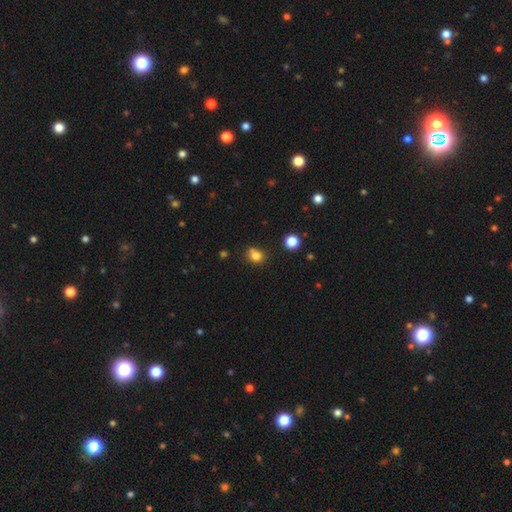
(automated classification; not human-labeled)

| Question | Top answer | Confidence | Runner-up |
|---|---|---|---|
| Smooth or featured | smooth | 79% | star or artifact (14%) |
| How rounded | round | 72% | in between (27%) |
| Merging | none | 63% | merger (17%) |